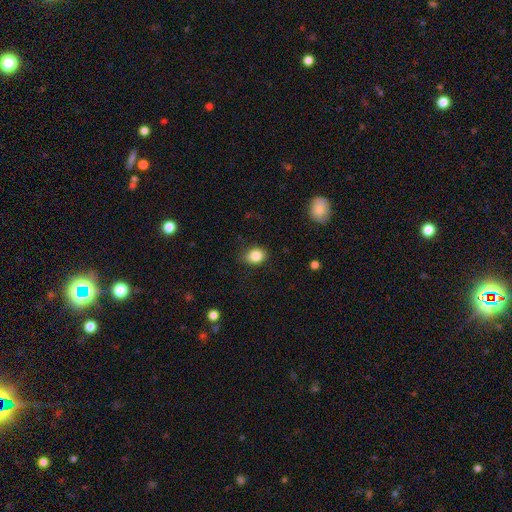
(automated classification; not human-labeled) smooth_or_featured: smooth (p=0.85) [alt: star or artifact p=0.09]
how_rounded: round (p=0.51) [alt: in between p=0.48]
merging: none (p=0.78) [alt: minor disturbance p=0.17]